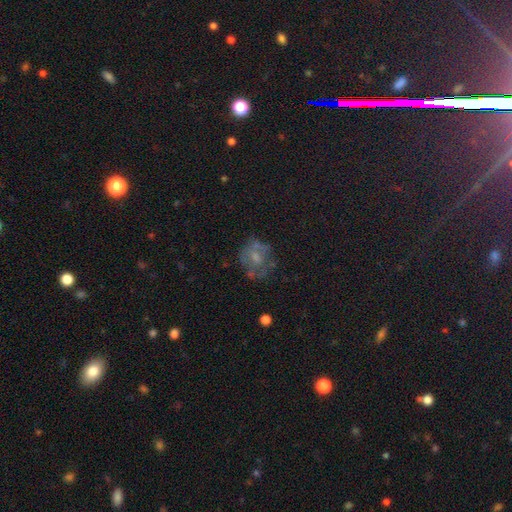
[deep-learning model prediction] featured or disk 47%, smooth 40%, star or artifact 13%. Down the decision tree: merging — none (55%).